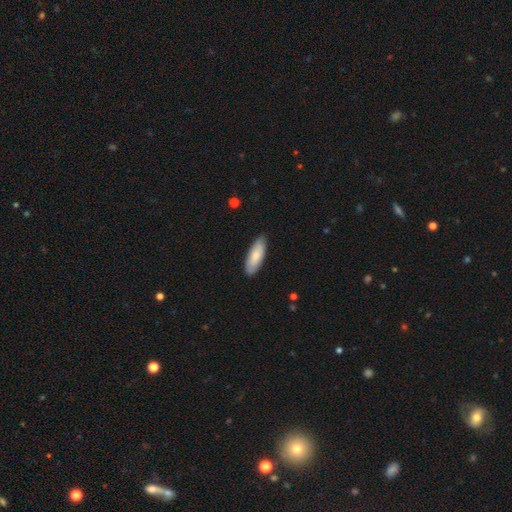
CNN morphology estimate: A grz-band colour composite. It shows a smooth galaxy with no disk features (78%) that is in between round and cigar-shaped (69%). Merging: none (85%).